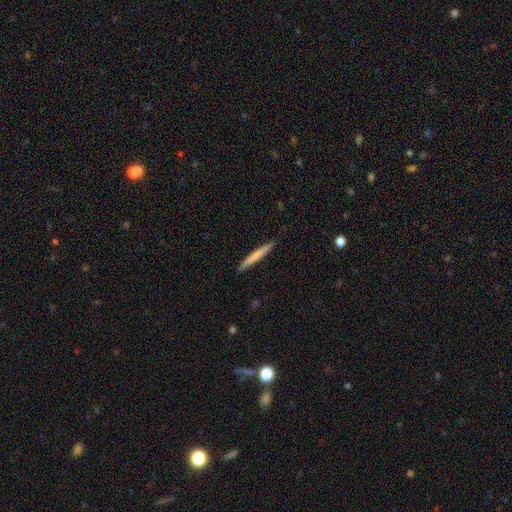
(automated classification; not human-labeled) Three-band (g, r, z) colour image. It shows a smooth galaxy with no disk features (68%) that is cigar-shaped (96%). Merging: none (90%).